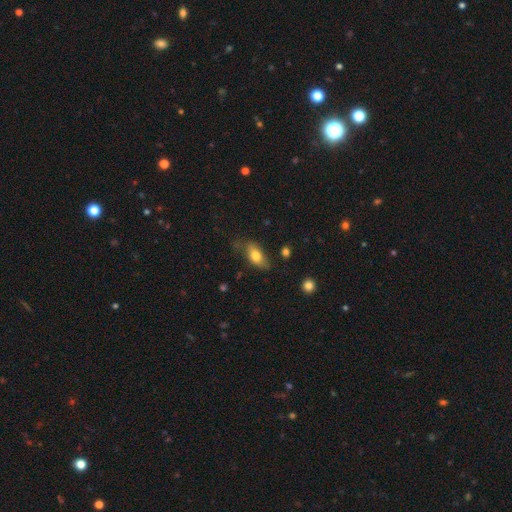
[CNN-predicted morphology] smooth 74%, featured or disk 19%, star or artifact 7%. Down the decision tree: how rounded — in between (85%); merging — none (63%).